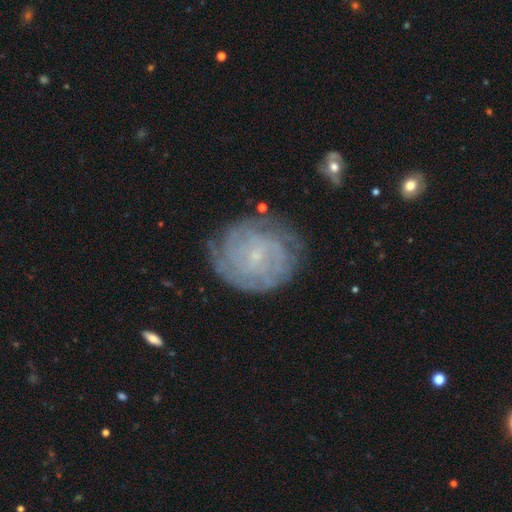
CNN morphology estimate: Overall: featured or disk (75%). Edge-on disk: no (97%). Bar: no (60%; weak 33%). Spiral arms: yes (92%). Spiral arm count: can't tell (46%; 4 15%). Spiral winding: tight (78%). Bulge size: small (84%). Merging: none (77%).